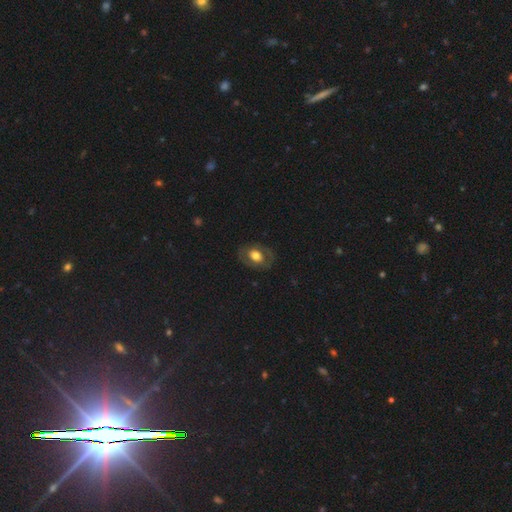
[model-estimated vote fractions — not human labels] Q: Smooth or featured?
A: smooth (53%); runner-up: featured or disk (39%)
Q: How rounded?
A: in between (71%); runner-up: round (28%)
Q: Merging?
A: none (79%); runner-up: minor disturbance (14%)